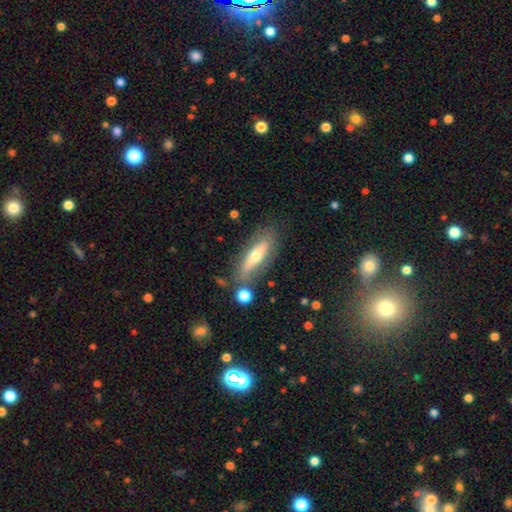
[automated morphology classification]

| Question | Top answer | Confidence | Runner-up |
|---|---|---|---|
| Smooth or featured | featured or disk | 52% | smooth (40%) |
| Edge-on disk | yes | 61% | no (39%) |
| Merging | none | 71% | minor disturbance (18%) |